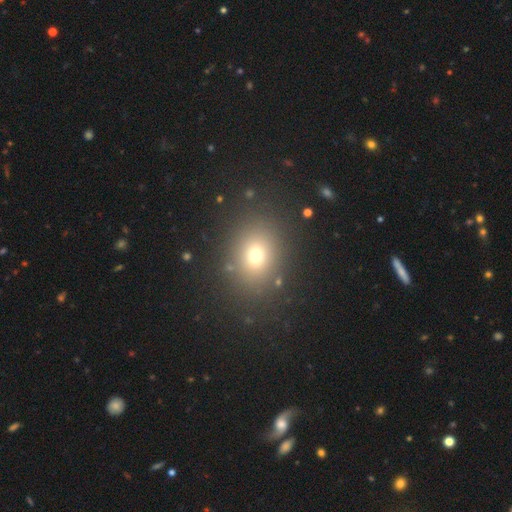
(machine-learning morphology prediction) A smooth galaxy with no disk features (70%) that is round (52%).

Vote fractions:
- Smooth or featured? smooth: 70% / star or artifact: 19% / featured or disk: 11%
- How rounded? round: 52% / in between: 47% / cigar-shaped: 1%
- Merging? none: 85% / minor disturbance: 8% / major disturbance: 4% / merger: 2%